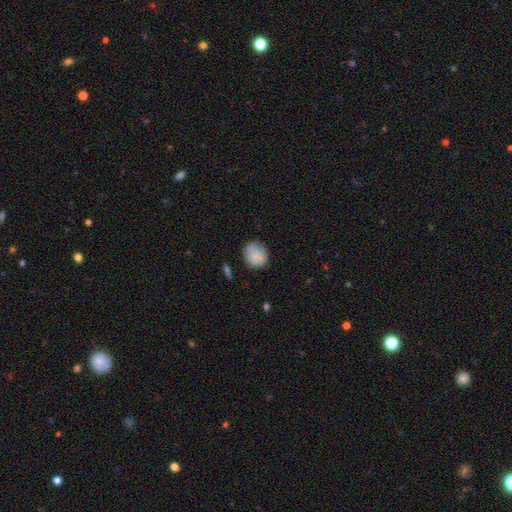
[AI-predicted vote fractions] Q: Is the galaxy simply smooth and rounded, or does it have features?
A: smooth — 84%.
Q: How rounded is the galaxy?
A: round — 74%.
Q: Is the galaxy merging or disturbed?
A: none — 74%.